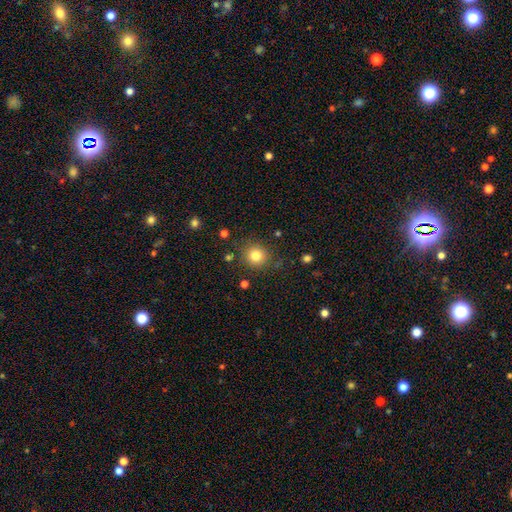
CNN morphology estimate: This is clearly a smooth galaxy (81%). How rounded: clearly round (90%). Merging: clearly none (84%).